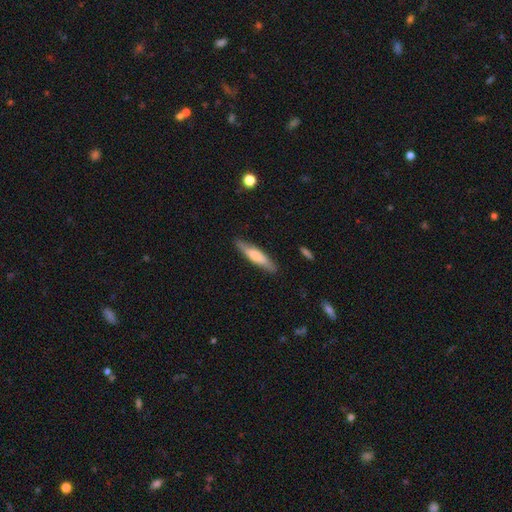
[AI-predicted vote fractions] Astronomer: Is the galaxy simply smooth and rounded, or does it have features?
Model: smooth — 60% (runner-up: featured or disk, 35%).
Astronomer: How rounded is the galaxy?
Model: cigar-shaped — 82%.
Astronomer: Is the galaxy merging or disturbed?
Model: none — 85%.